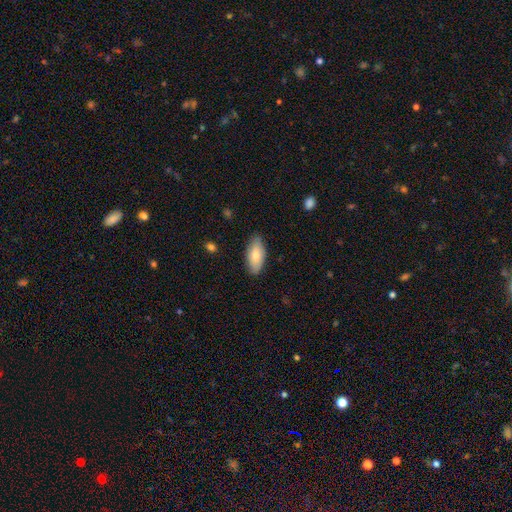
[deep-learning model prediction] The model was most divided on "smooth or featured": smooth: 81%, featured or disk: 14%, star or artifact: 6%. More confident: how rounded — in between (88%); merging — none (85%).